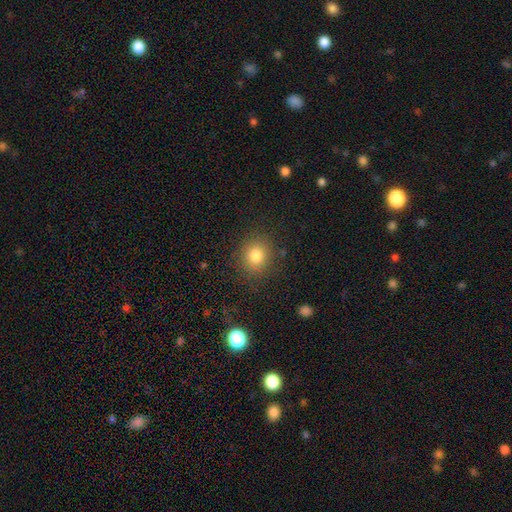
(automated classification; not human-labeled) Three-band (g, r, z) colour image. It shows a smooth galaxy with no disk features (81%) that is round (73%). Merging: none (85%).